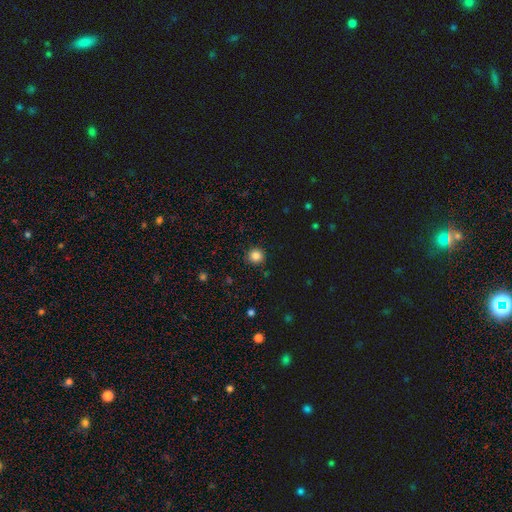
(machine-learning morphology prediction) A smooth galaxy with no disk features (84%) that is round (94%). Merging: none (90%).